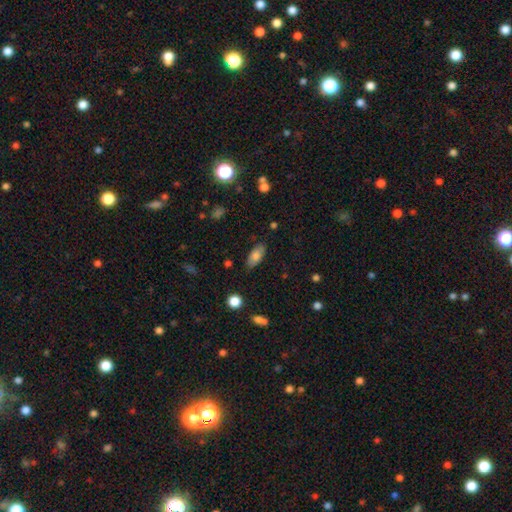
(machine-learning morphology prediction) This is likely a smooth galaxy (76%). How rounded: clearly in between (86%). Merging: clearly none (81%).